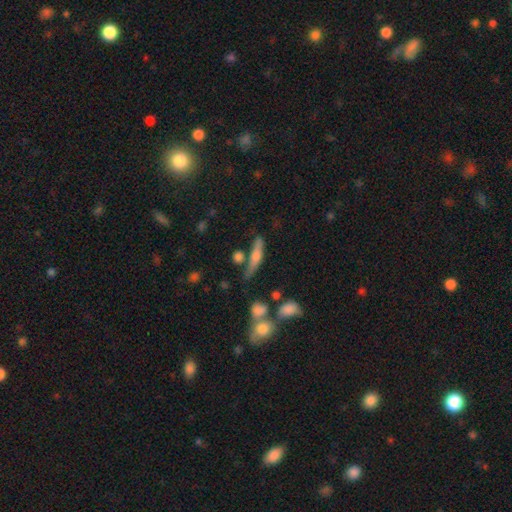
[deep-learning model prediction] Smooth or featured?
  - smooth: 46% *
  - featured or disk: 43%
  - star or artifact: 11%
Merging?
  - none: 60% *
  - minor disturbance: 17%
  - merger: 14%
  - major disturbance: 8%